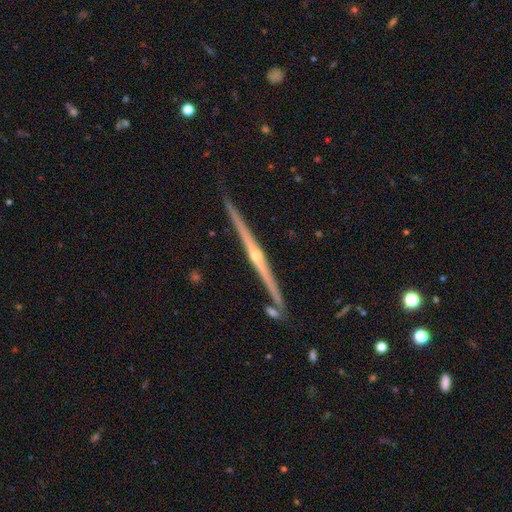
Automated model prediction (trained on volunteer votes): featured or disk 88%, smooth 7%, star or artifact 5%. Down the decision tree: edge-on disk — yes (99%); edge-on bulge — rounded (83%); merging — none (89%).